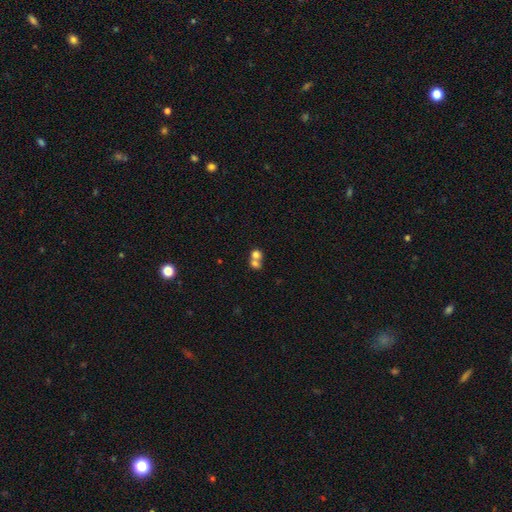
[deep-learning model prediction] smooth 74%, featured or disk 16%, star or artifact 11%. Down the decision tree: how rounded — round (68%); merging — merger (68%).